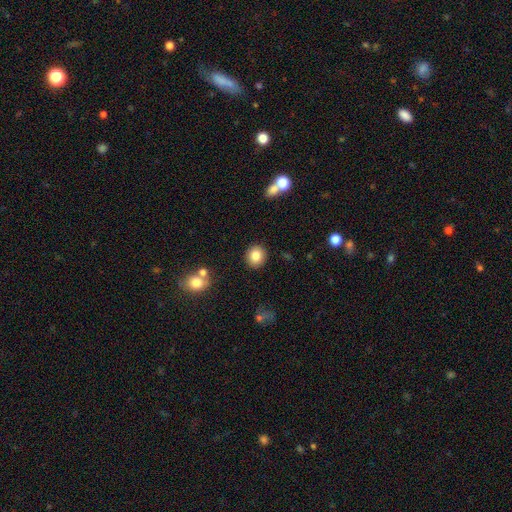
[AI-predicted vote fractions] smooth_or_featured: smooth (p=0.83) [alt: star or artifact p=0.09]
how_rounded: round (p=0.83) [alt: in between p=0.16]
merging: none (p=0.89) [alt: minor disturbance p=0.06]